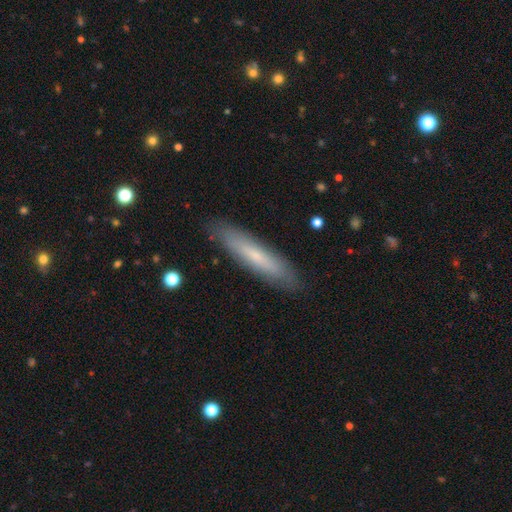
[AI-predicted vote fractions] Morphology: type=smooth (58%); roundness=cigar-shaped (85%); merging=none (88%).